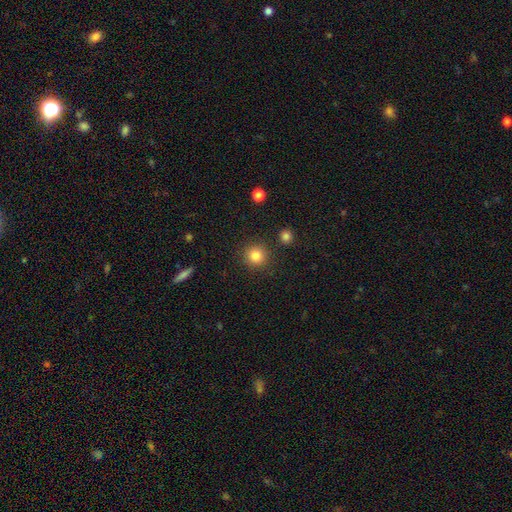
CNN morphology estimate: This is clearly a smooth galaxy (84%). How rounded: clearly round (93%). Merging: clearly none (89%).